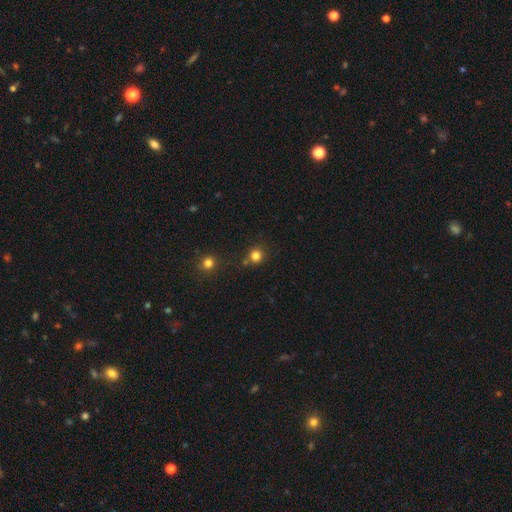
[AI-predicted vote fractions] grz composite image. It shows a smooth galaxy with no disk features (80%) that is round (92%). Merging: none (78%).